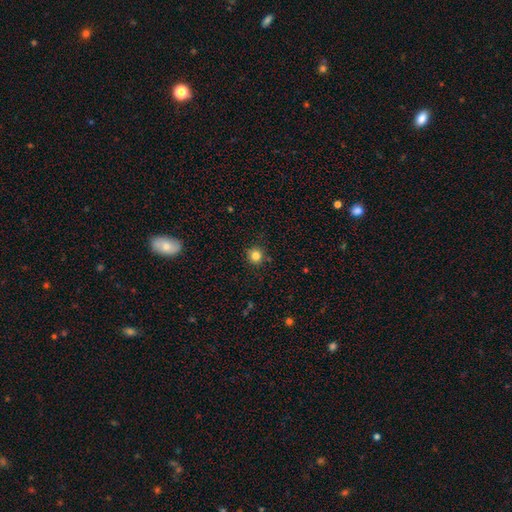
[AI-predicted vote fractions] smooth 83%, star or artifact 12%, featured or disk 5%. Down the decision tree: how rounded — round (94%); merging — none (89%).